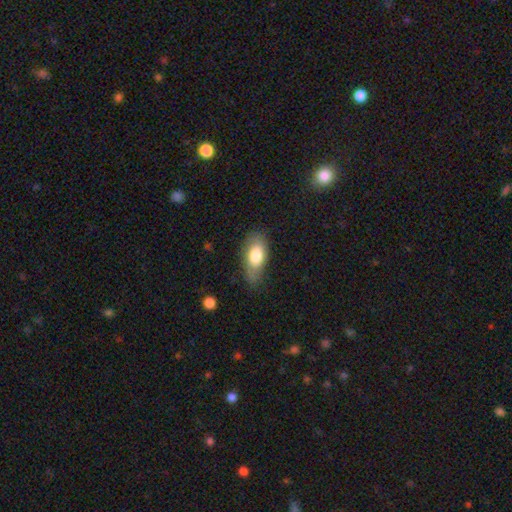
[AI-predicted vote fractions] Smooth or featured: smooth — 75% (featured or disk — 19%)
How rounded: in between — 87% (cigar-shaped — 9%)
Merging: none — 62% (minor disturbance — 28%)